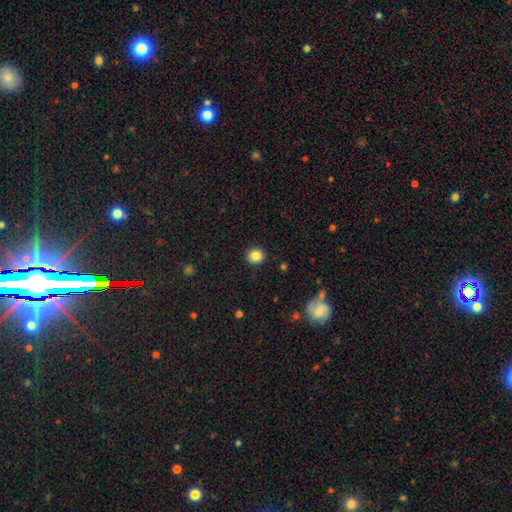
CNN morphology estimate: A smooth galaxy with no disk features (85%) that is round (88%). Merging: none (91%).